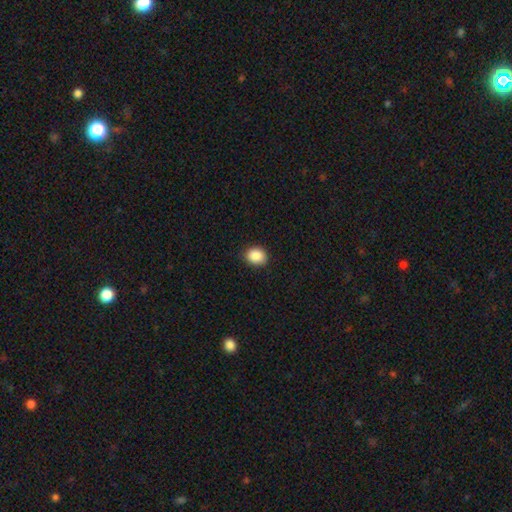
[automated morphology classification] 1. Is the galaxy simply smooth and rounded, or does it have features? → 89% smooth, 8% star or artifact, 3% featured or disk.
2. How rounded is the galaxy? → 55% round, 44% in between, 1% cigar-shaped.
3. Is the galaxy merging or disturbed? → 85% none, 12% minor disturbance, 2% major disturbance, 1% merger.